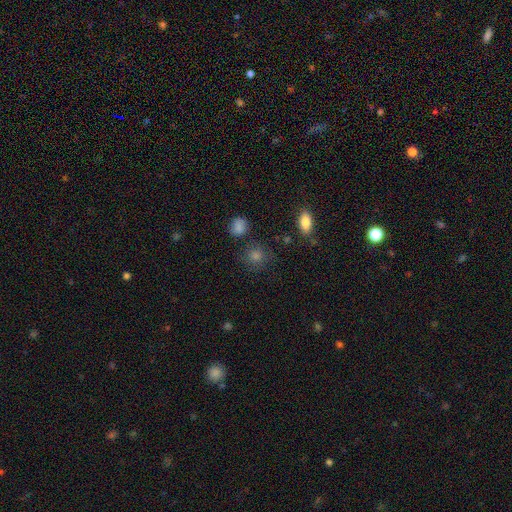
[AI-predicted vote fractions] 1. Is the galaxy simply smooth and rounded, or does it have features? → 75% smooth, 18% star or artifact, 7% featured or disk.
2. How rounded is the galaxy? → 85% round, 13% in between, 1% cigar-shaped.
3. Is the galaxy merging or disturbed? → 81% none, 11% minor disturbance, 4% merger, 4% major disturbance.